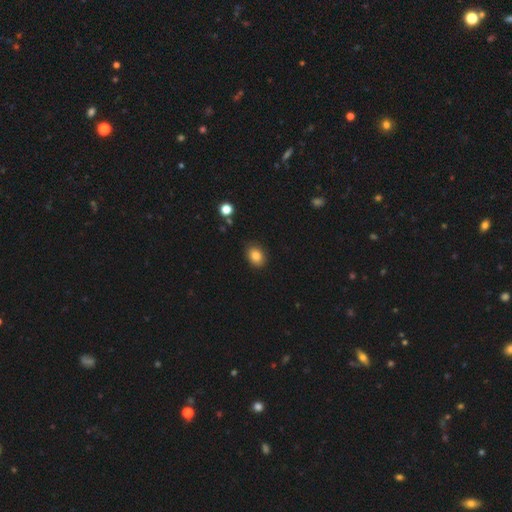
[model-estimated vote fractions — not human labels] A smooth galaxy with no disk features (84%) that is in between round and cigar-shaped (63%). Merging: none (86%).